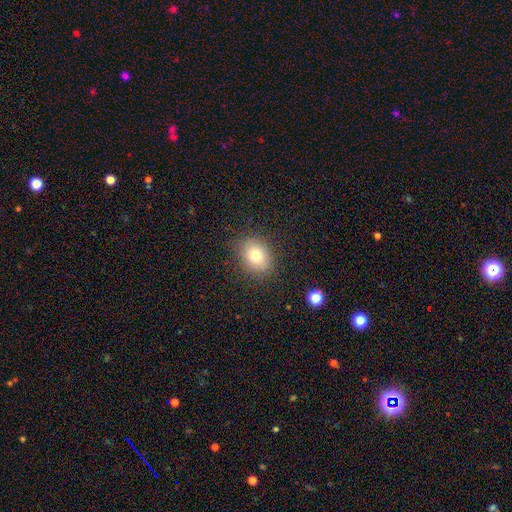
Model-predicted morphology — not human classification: Smooth or featured? Predicted: smooth (p=0.77). How rounded? Predicted: in between (p=0.53). Merging? Predicted: none (p=0.86).